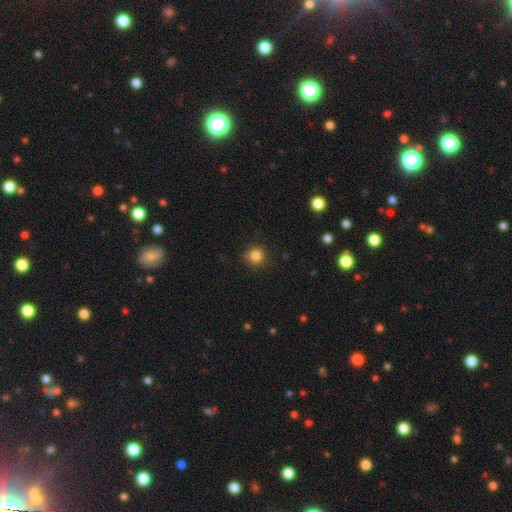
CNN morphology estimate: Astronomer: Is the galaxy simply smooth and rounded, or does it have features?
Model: smooth — 83%.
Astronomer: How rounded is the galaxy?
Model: round — 93%.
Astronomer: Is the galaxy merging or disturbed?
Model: none — 83%.